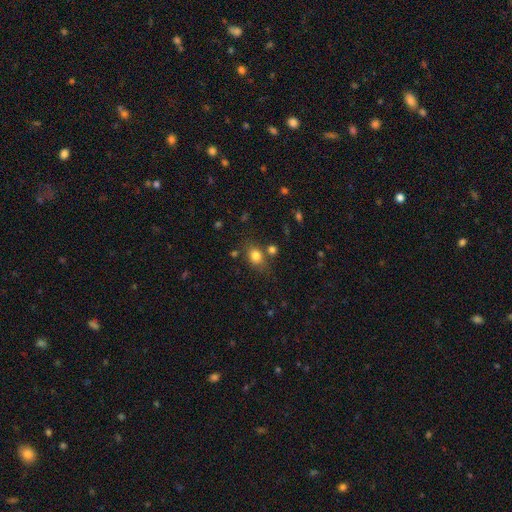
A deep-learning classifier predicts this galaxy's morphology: A smooth galaxy with no disk features (80%) that is in between round and cigar-shaped (58%).

Vote fractions:
- Smooth or featured? smooth: 80% / star or artifact: 12% / featured or disk: 8%
- How rounded? in between: 58% / round: 41% / cigar-shaped: 2%
- Merging? none: 68% / minor disturbance: 15% / merger: 12% / major disturbance: 5%